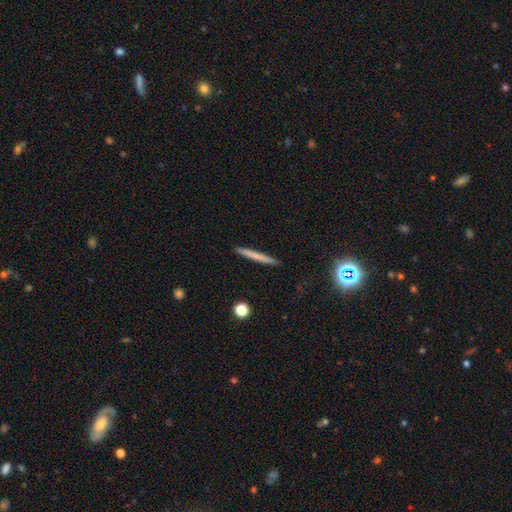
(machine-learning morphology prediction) A smooth galaxy with no disk features (64%) that is cigar-shaped (97%). Merging: none (92%).